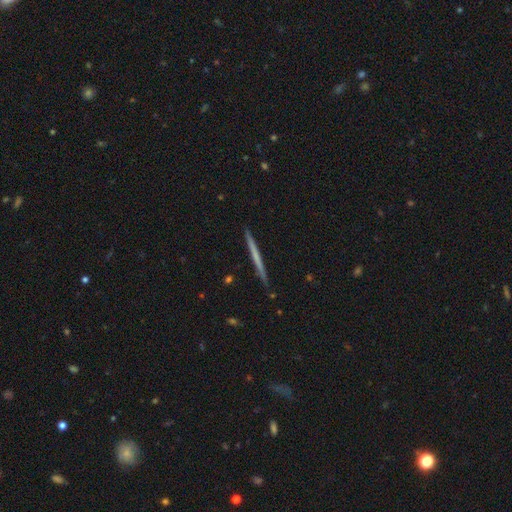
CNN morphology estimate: This is possibly a featured or disk galaxy (48%). Merging: clearly none (91%).